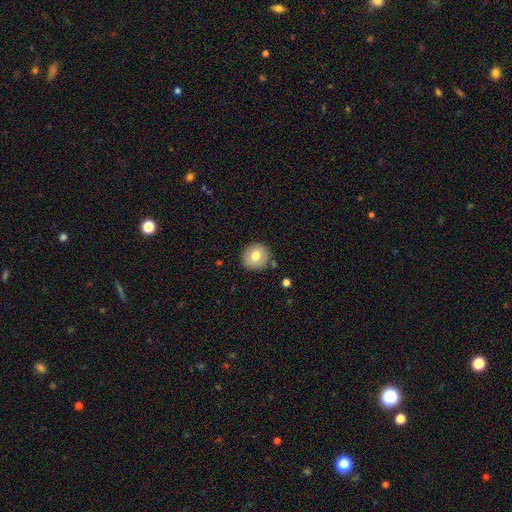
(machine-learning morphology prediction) The model was most divided on "smooth or featured": smooth: 74%, featured or disk: 17%, star or artifact: 8%. More confident: how rounded — round (83%); merging — none (83%).